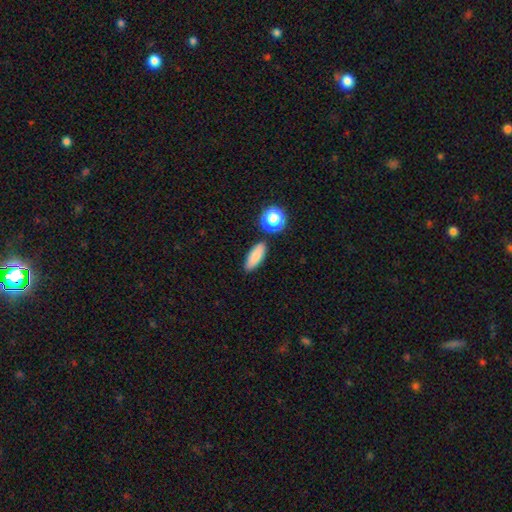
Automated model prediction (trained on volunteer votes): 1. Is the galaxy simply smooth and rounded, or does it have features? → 82% smooth, 9% star or artifact, 8% featured or disk.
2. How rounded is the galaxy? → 69% in between, 26% cigar-shaped, 5% round.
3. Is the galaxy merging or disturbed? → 83% none, 10% minor disturbance, 5% merger, 3% major disturbance.